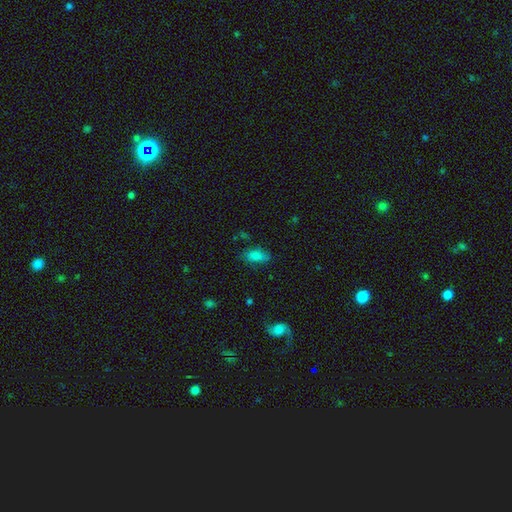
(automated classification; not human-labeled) Q: Smooth or featured?
A: smooth (78%); runner-up: featured or disk (13%)
Q: How rounded?
A: in between (86%); runner-up: cigar-shaped (9%)
Q: Merging?
A: none (75%); runner-up: minor disturbance (19%)